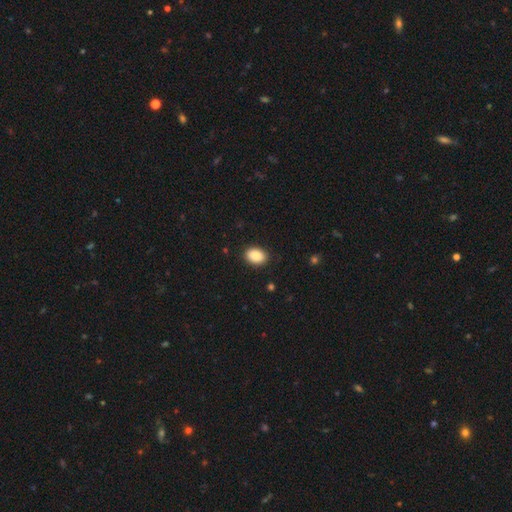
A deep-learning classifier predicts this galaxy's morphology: This is clearly a smooth galaxy (89%). How rounded: likely in between (79%). Merging: clearly none (89%).